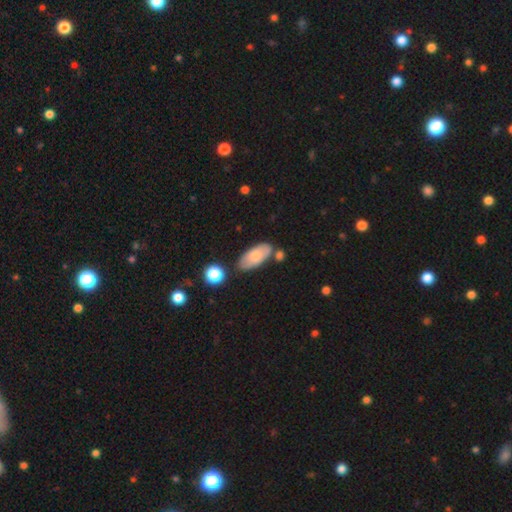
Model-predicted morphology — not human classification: This is likely a smooth galaxy (73%). How rounded: clearly in between (90%). Merging: likely none (68%).